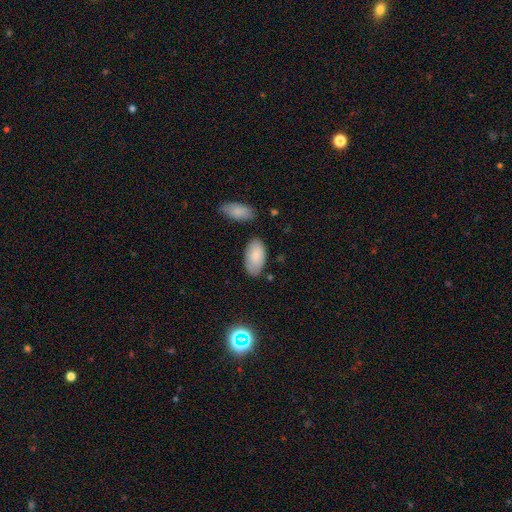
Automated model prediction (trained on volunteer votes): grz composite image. It shows a smooth galaxy with no disk features (82%) that is in between round and cigar-shaped (96%). Merging: none (73%).